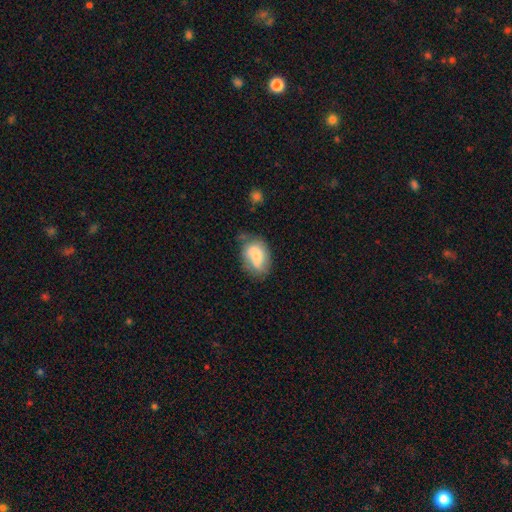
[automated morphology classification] Smooth or featured?
  - smooth: 67% *
  - featured or disk: 26%
  - star or artifact: 8%
How rounded?
  - in between: 81% *
  - round: 18%
  - cigar-shaped: 1%
Merging?
  - none: 51% *
  - minor disturbance: 32%
  - major disturbance: 13%
  - merger: 4%